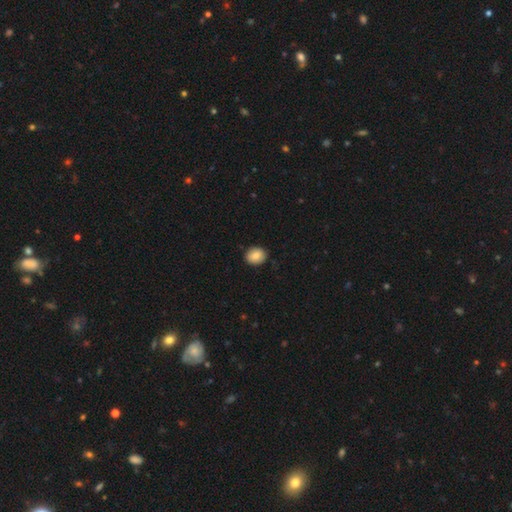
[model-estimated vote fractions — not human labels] This appears to be a smooth galaxy with no disk features (85%) that is round (70%). Merging: none (90%).